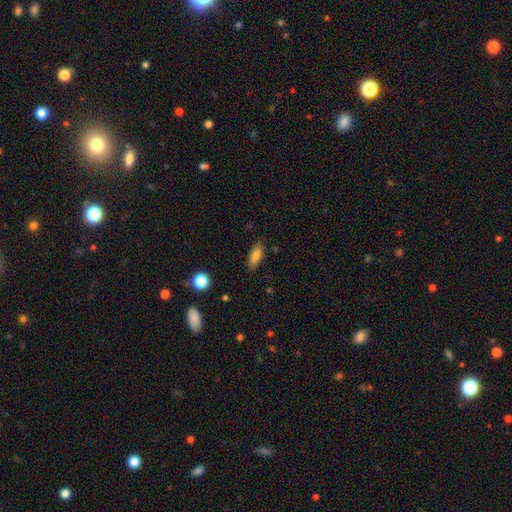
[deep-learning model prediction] smooth_or_featured: smooth (p=0.77) [alt: featured or disk p=0.15]
how_rounded: in between (p=0.68) [alt: cigar-shaped p=0.28]
merging: none (p=0.85) [alt: minor disturbance p=0.11]